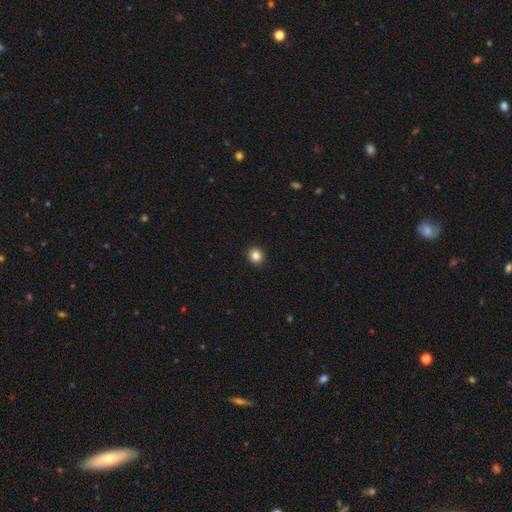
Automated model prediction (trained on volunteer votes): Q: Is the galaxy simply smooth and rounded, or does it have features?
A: smooth — 85%.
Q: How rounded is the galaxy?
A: round — 88%.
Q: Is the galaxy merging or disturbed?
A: none — 93%.